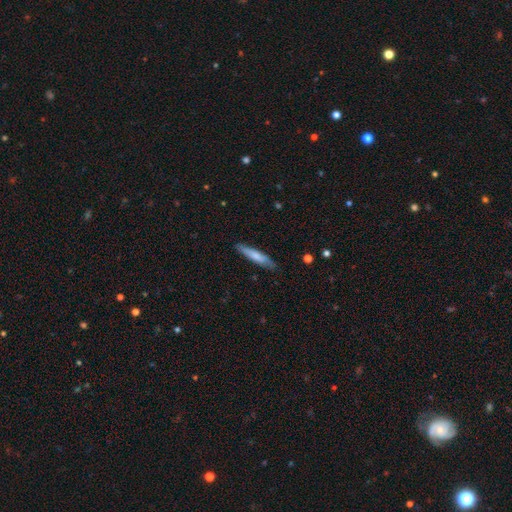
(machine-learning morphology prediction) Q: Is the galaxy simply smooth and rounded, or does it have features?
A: smooth — 68%.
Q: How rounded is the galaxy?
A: cigar-shaped — 88%.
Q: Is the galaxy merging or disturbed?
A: none — 84%.